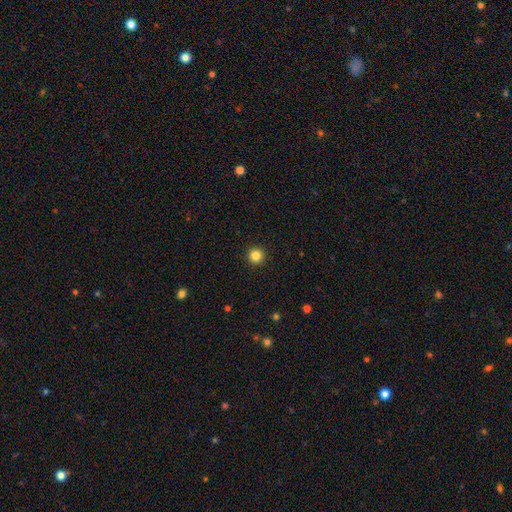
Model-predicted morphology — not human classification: Smooth or featured?
  - smooth: 84% *
  - star or artifact: 12%
  - featured or disk: 4%
How rounded?
  - round: 96% *
  - in between: 3%
  - cigar-shaped: 1%
Merging?
  - none: 94% *
  - minor disturbance: 4%
  - major disturbance: 1%
  - merger: 1%